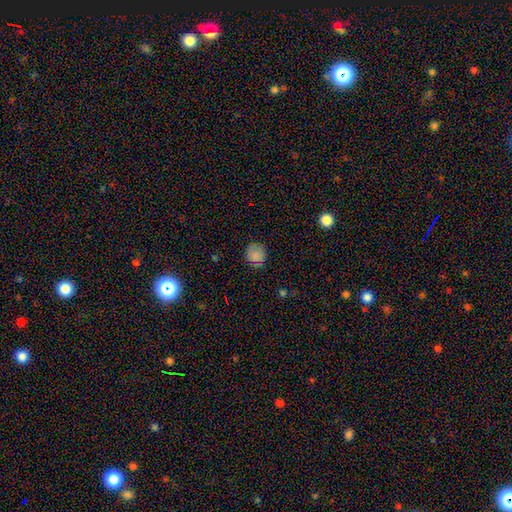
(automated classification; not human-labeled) A smooth galaxy with no disk features (78%) that is round (83%).

Vote fractions:
- Smooth or featured? smooth: 78% / star or artifact: 12% / featured or disk: 10%
- How rounded? round: 83% / in between: 16% / cigar-shaped: 1%
- Merging? none: 82% / minor disturbance: 13% / major disturbance: 3% / merger: 1%